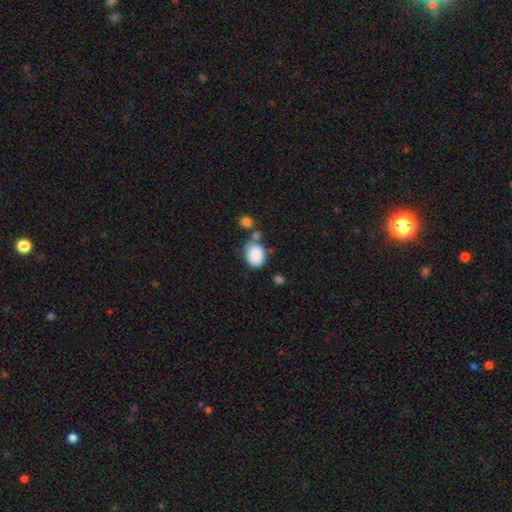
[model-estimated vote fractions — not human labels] Q: Smooth or featured?
A: smooth (87%); runner-up: star or artifact (7%)
Q: How rounded?
A: in between (66%); runner-up: round (33%)
Q: Merging?
A: none (54%); runner-up: minor disturbance (20%)